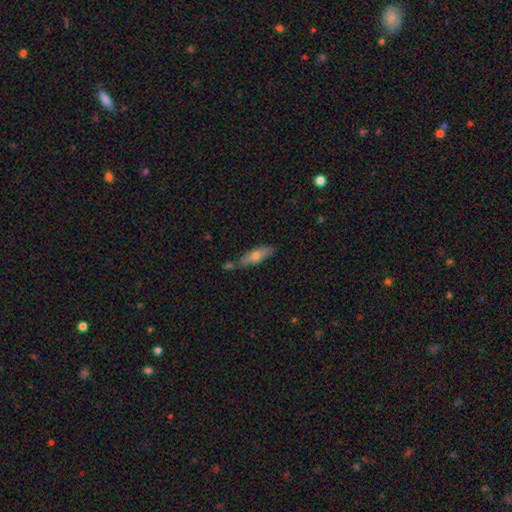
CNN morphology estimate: smooth-or-featured: smooth: 56% | featured or disk: 37% | star or artifact: 7%
  how-rounded: cigar-shaped: 63% | in between: 34% | round: 2%
  merging: none: 65% | minor disturbance: 18% | merger: 13% | major disturbance: 4%